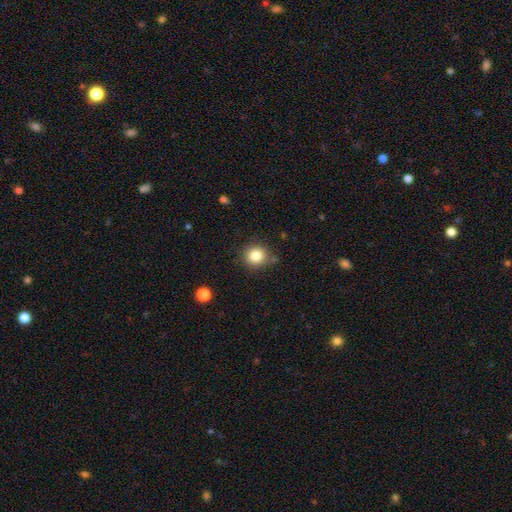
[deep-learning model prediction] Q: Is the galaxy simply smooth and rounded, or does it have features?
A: smooth — 83%.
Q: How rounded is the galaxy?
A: round — 86%.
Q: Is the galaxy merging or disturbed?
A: none — 82%.